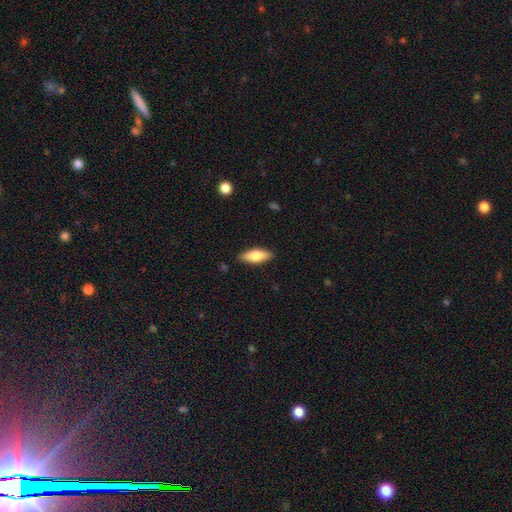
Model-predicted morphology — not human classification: A smooth galaxy with no disk features (74%) that is in between round and cigar-shaped (72%). Merging: none (87%).